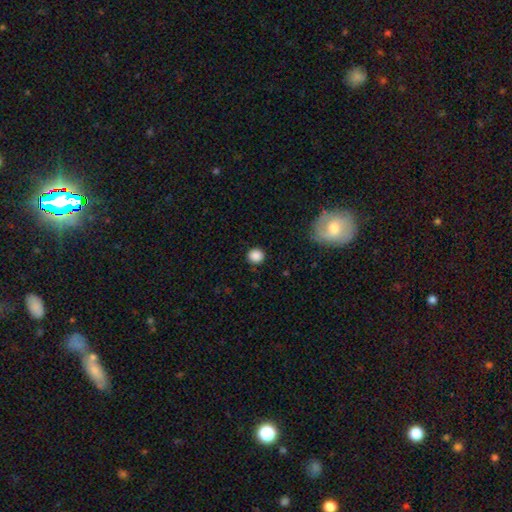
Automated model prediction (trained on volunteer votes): Overall: smooth (87%). How rounded: round (89%). Merging: none (90%).